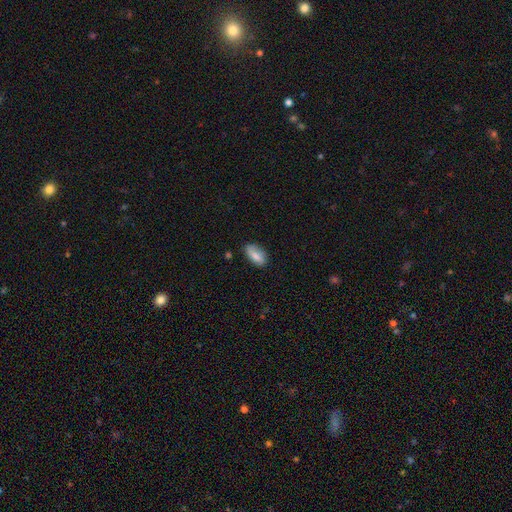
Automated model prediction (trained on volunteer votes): A smooth galaxy with no disk features (78%) that is in between round and cigar-shaped (90%). Merging: none (75%).